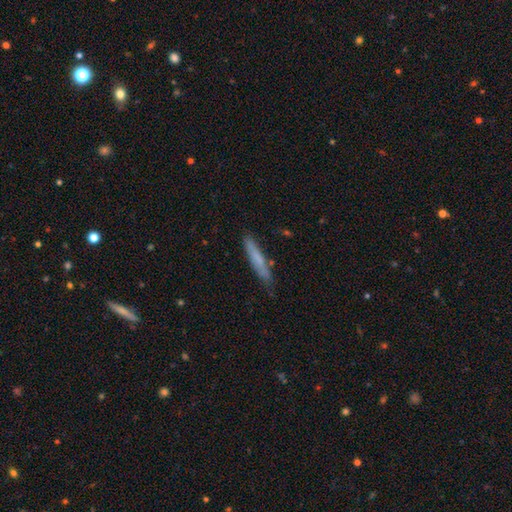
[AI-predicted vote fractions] smooth-or-featured: smooth: 63% | featured or disk: 28% | star or artifact: 8%
  how-rounded: cigar-shaped: 93% | in between: 6% | round: 1%
  merging: none: 79% | minor disturbance: 16% | major disturbance: 3% | merger: 2%